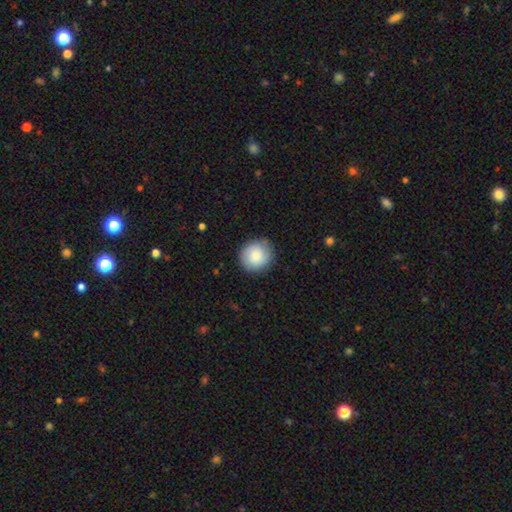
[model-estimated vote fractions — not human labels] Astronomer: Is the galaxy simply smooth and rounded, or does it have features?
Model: smooth — 84%.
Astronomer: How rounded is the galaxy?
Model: round — 86%.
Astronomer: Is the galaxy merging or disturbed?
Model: none — 85%.